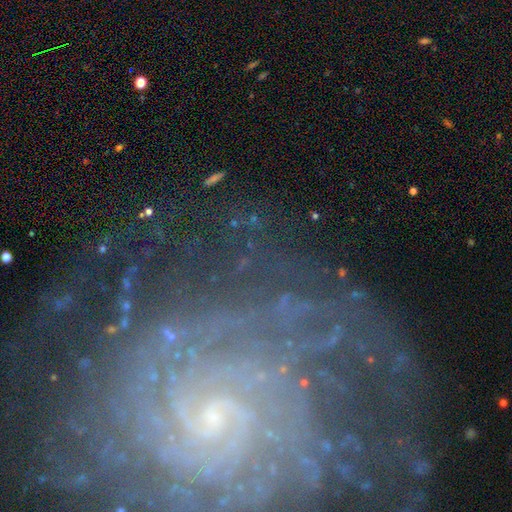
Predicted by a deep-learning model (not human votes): smooth_or_featured: featured or disk (p=0.83) [alt: star or artifact p=0.11]
disk_edge_on: no (p=0.97) [alt: yes p=0.03]
bar: no (p=0.51) [alt: weak p=0.35]
has_spiral_arms: yes (p=0.97) [alt: no p=0.03]
spiral_winding: tight (p=0.75) [alt: medium p=0.20]
spiral_arm_count: can't tell (p=0.29) [alt: more than 4 p=0.18]
bulge_size: small (p=0.79) [alt: moderate p=0.13]
merging: none (p=0.71) [alt: minor disturbance p=0.14]